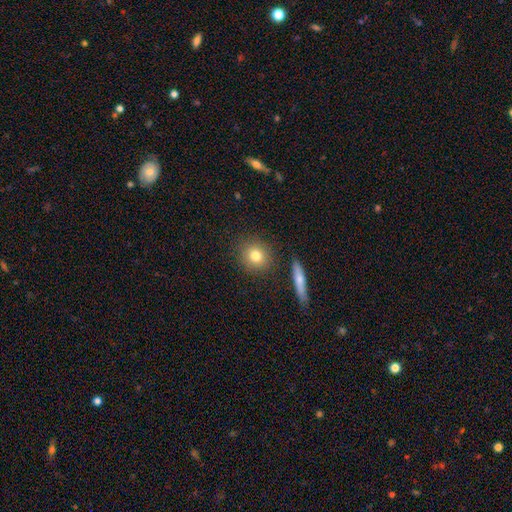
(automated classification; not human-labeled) Smooth or featured: smooth — 79% (featured or disk — 11%)
How rounded: round — 84% (in between — 14%)
Merging: none — 86% (minor disturbance — 8%)